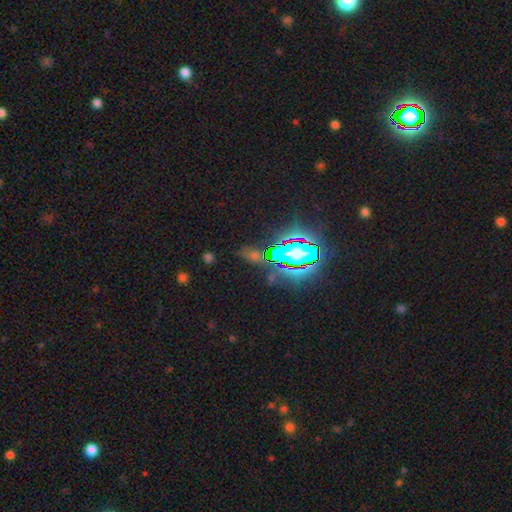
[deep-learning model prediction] smooth_or_featured: star or artifact (p=0.65) [alt: smooth p=0.22]